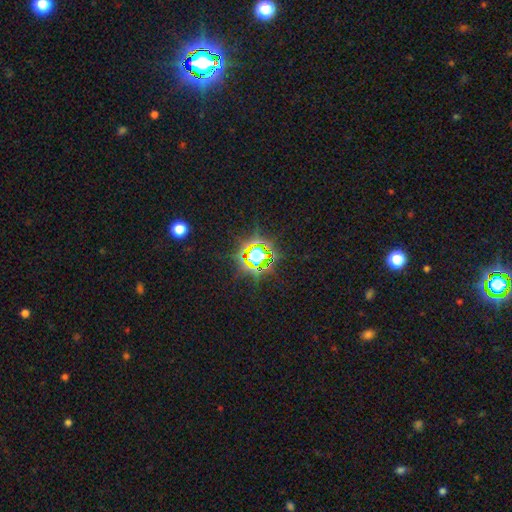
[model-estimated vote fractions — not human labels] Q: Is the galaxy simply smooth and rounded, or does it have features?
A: star or artifact — 77%.